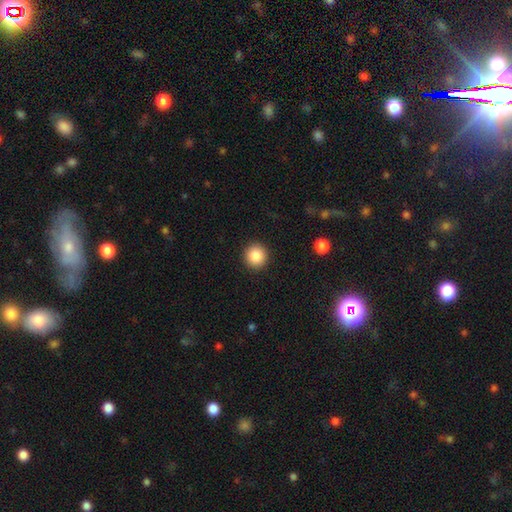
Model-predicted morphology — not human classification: This appears to be a smooth galaxy with no disk features (87%) that is round (93%). Merging: none (92%).